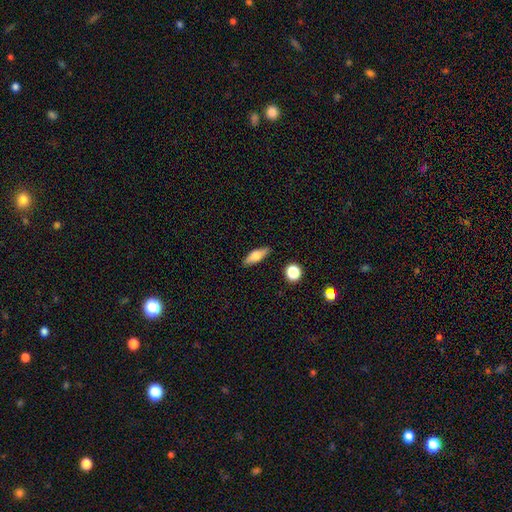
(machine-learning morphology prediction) smooth-or-featured: smooth: 66% | featured or disk: 27% | star or artifact: 7%
  how-rounded: in between: 59% | cigar-shaped: 37% | round: 4%
  merging: none: 86% | minor disturbance: 10% | major disturbance: 2% | merger: 2%